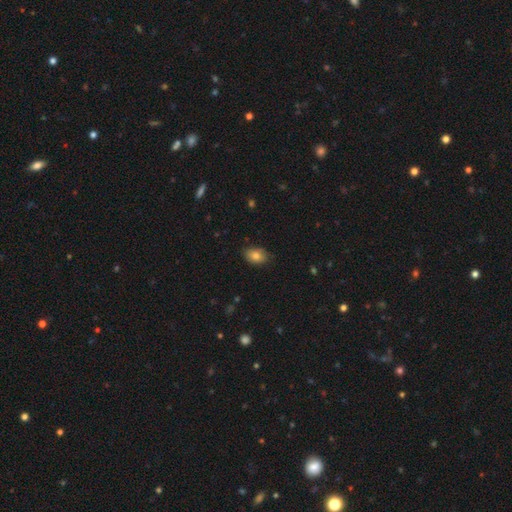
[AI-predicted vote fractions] This appears to be a smooth galaxy with no disk features (82%) that is in between round and cigar-shaped (82%). Merging: none (82%).